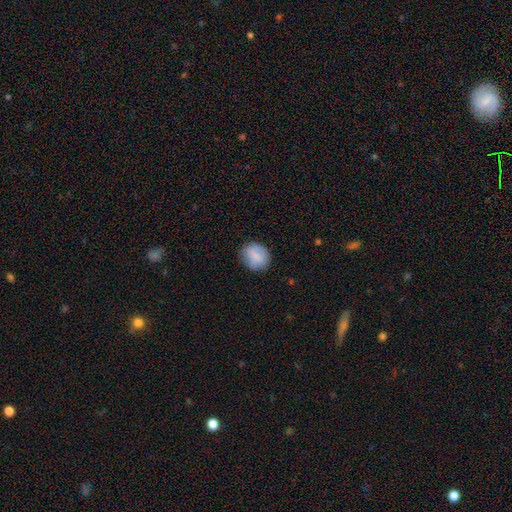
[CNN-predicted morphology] The model was most divided on "how rounded": round: 62%, in between: 37%, cigar-shaped: 1%. More confident: smooth or featured — smooth (82%); merging — none (80%).